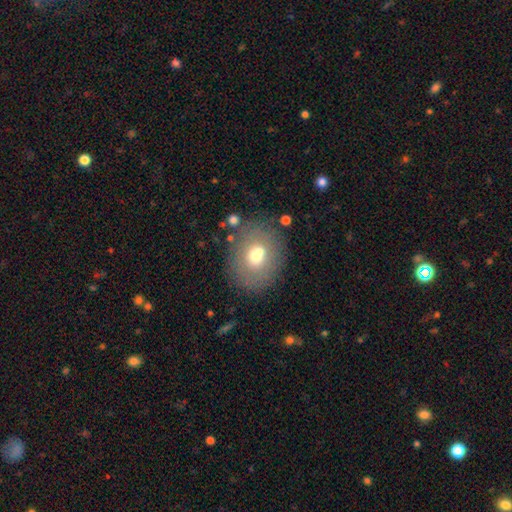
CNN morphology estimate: smooth-or-featured: smooth: 65% | featured or disk: 24% | star or artifact: 12%
  how-rounded: round: 58% | in between: 41% | cigar-shaped: 1%
  merging: none: 70% | minor disturbance: 14% | merger: 11% | major disturbance: 6%